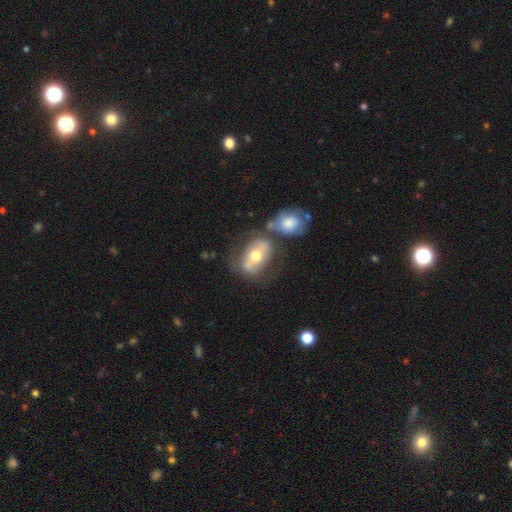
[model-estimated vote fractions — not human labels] Q: Smooth or featured?
A: featured or disk (54%); runner-up: smooth (40%)
Q: Edge-on disk?
A: no (91%); runner-up: yes (9%)
Q: Merging?
A: none (45%); runner-up: merger (32%)